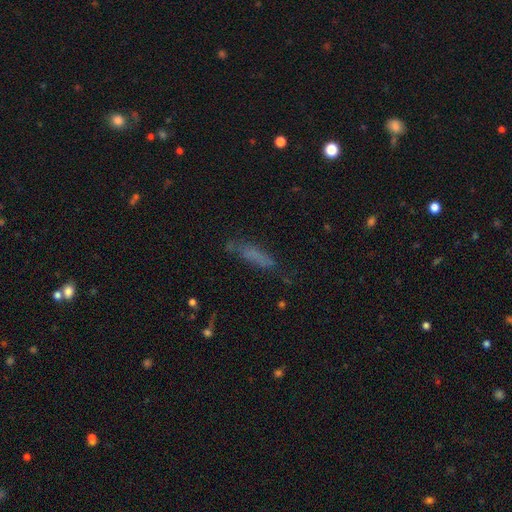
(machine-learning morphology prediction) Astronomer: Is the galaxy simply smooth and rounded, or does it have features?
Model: smooth — 64%.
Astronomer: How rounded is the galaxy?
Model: cigar-shaped — 73%.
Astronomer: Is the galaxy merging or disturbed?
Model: none — 64%.